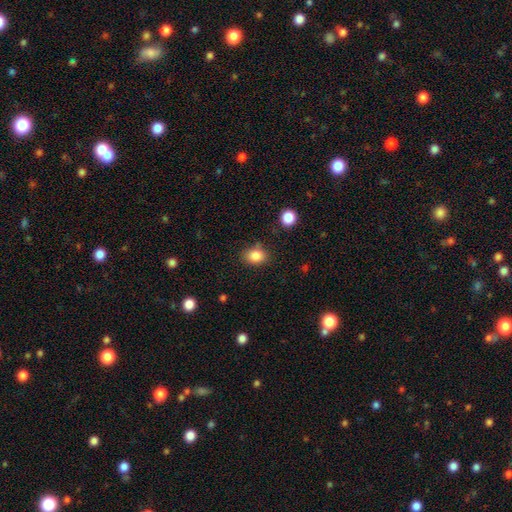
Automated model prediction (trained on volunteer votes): This appears to be a smooth galaxy with no disk features (85%) that is in between round and cigar-shaped (58%). Merging: none (77%).